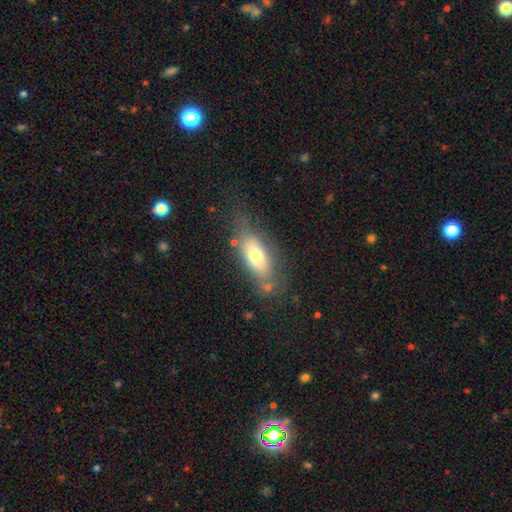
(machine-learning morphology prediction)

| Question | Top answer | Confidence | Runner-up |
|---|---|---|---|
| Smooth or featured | smooth | 67% | featured or disk (25%) |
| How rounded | in between | 78% | cigar-shaped (18%) |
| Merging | none | 61% | minor disturbance (22%) |